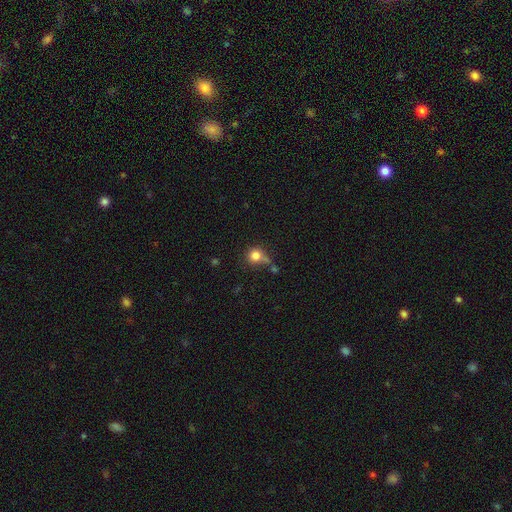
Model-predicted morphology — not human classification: The model was most divided on "merging": none: 52%, minor disturbance: 20%, merger: 18%, major disturbance: 10%. More confident: how rounded — round (89%); smooth or featured — smooth (81%).